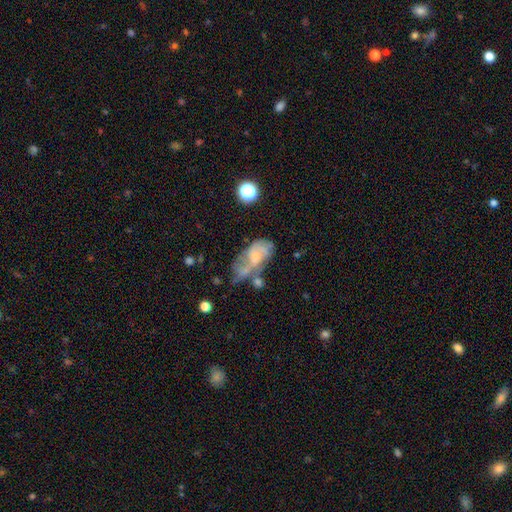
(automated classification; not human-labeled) Smooth or featured?
  - featured or disk: 52% *
  - smooth: 36%
  - star or artifact: 12%
Edge-on disk?
  - no: 96% *
  - yes: 4%
Merging?
  - major disturbance: 28% * (tied)
  - merger: 28% * (tied)
  - none: 24%
  - minor disturbance: 20%